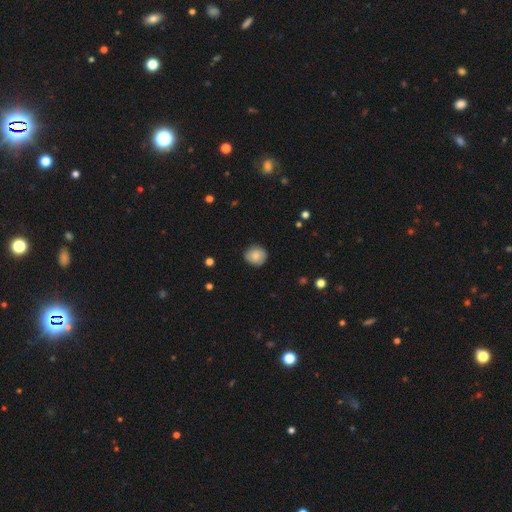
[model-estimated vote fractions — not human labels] Smooth or featured? Predicted: smooth (p=0.81). How rounded? Predicted: round (p=0.86). Merging? Predicted: none (p=0.85).